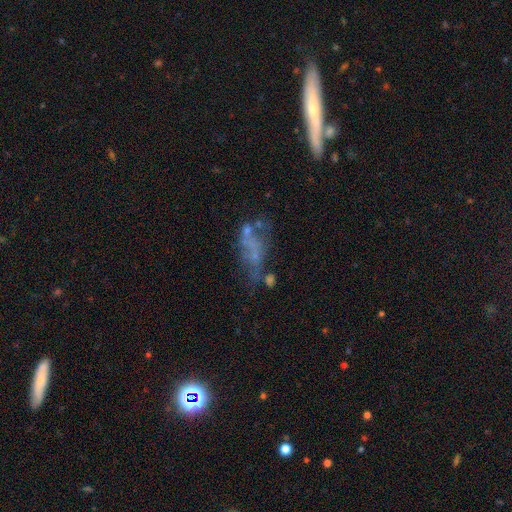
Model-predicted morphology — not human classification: The model was most divided on "merging": none: 31%, major disturbance: 29%, merger: 23%, minor disturbance: 17%. Remaining: smooth or featured — featured or disk (49%).